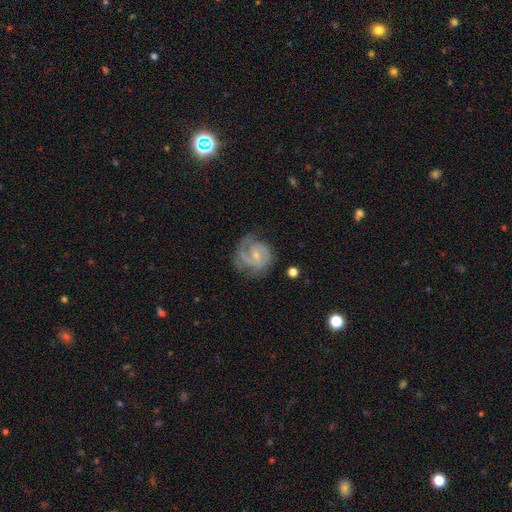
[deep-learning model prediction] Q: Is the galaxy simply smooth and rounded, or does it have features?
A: featured or disk — 83%.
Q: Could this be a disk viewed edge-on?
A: no — 98%.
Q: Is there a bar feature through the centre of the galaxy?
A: weak — 53%.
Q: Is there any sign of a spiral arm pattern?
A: yes — 95%.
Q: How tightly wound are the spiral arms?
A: medium — 46%.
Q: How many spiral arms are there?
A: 2 — 71%.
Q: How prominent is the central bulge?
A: small — 64%.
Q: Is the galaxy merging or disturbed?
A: none — 66%.